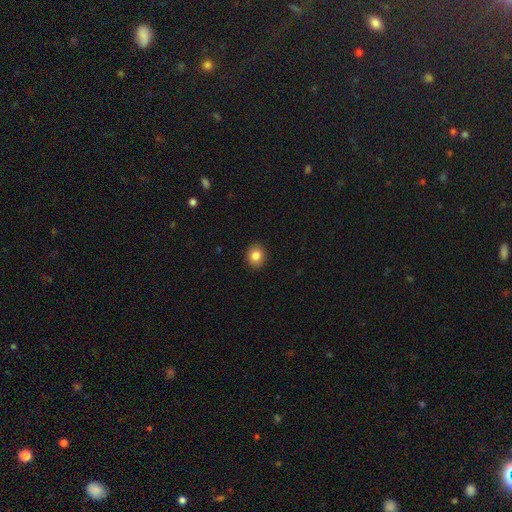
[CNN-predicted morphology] Q: Smooth or featured?
A: smooth (84%); runner-up: star or artifact (10%)
Q: How rounded?
A: round (69%); runner-up: in between (30%)
Q: Merging?
A: none (91%); runner-up: minor disturbance (6%)